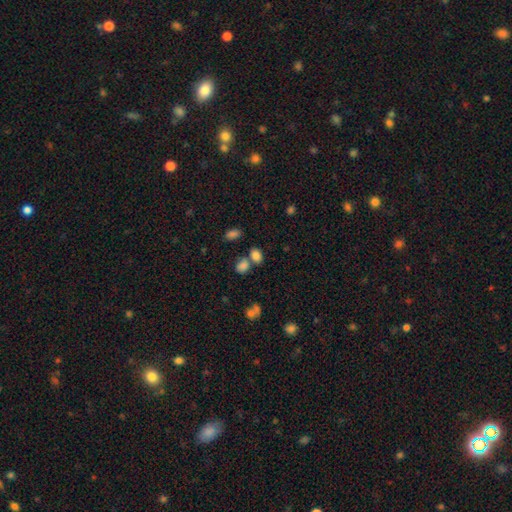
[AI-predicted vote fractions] smooth 81%, star or artifact 12%, featured or disk 7%. Down the decision tree: how rounded — in between (73%); merging — none (53%).